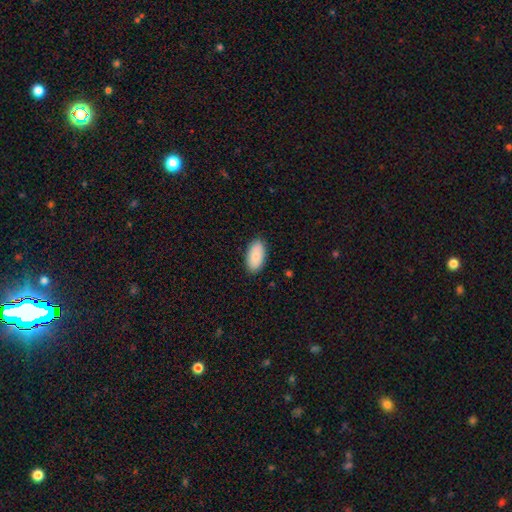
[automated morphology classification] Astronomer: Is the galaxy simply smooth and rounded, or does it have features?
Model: smooth — 84%.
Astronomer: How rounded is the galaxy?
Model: in between — 95%.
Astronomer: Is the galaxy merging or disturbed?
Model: none — 88%.